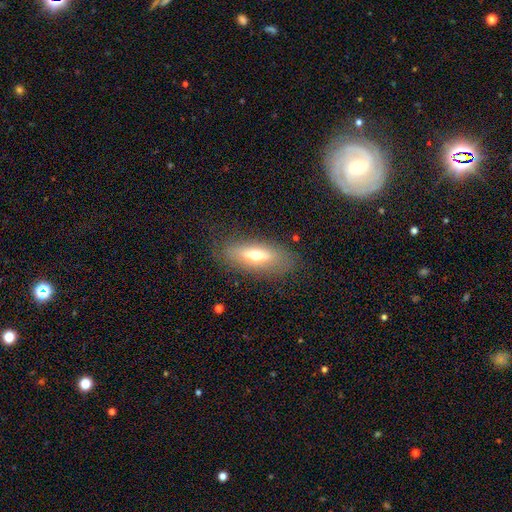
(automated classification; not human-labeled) smooth 53%, featured or disk 38%, star or artifact 9%. Down the decision tree: how rounded — in between (61%); merging — none (81%).